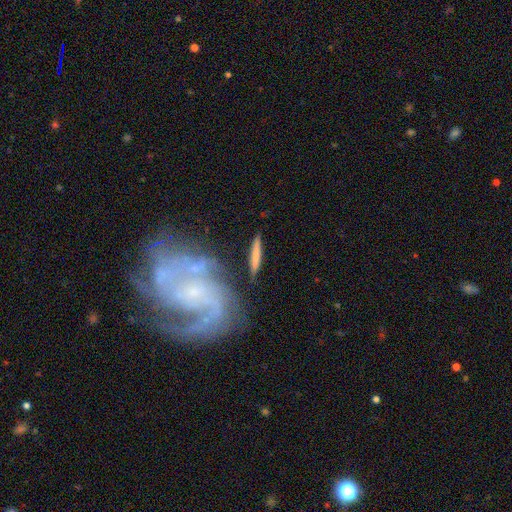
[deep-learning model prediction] This appears to be a smooth galaxy with no disk features (66%) that is cigar-shaped (91%). Merging: none (76%).